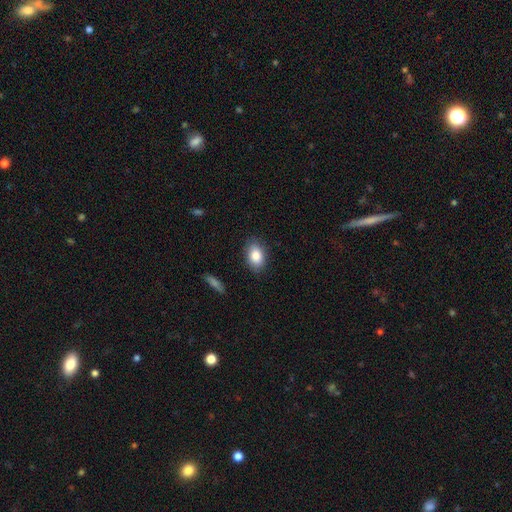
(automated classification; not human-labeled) This is clearly a smooth galaxy (84%). How rounded: clearly in between (85%). Merging: clearly none (86%).